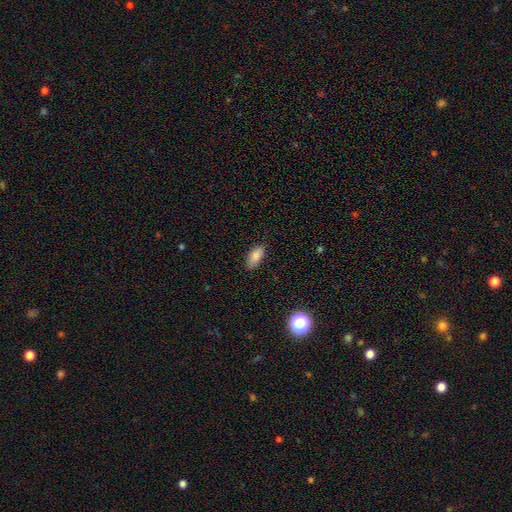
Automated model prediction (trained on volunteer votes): This appears to be a smooth galaxy with no disk features (86%) that is in between round and cigar-shaped (86%). Merging: none (83%).